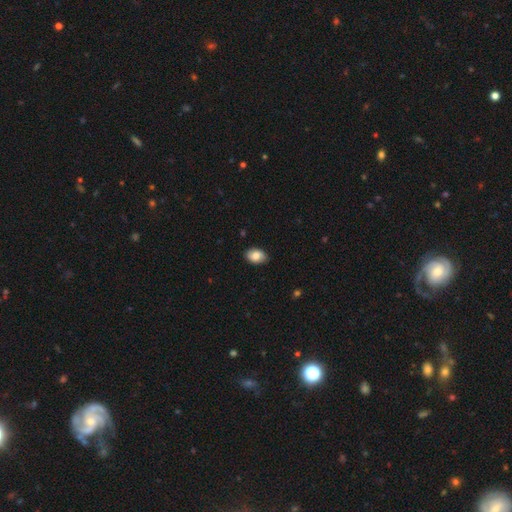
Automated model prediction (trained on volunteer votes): A smooth galaxy with no disk features (80%) that is in between round and cigar-shaped (86%).

Vote fractions:
- Smooth or featured? smooth: 80% / featured or disk: 13% / star or artifact: 7%
- How rounded? in between: 86% / round: 13% / cigar-shaped: 1%
- Merging? none: 86% / minor disturbance: 11% / major disturbance: 2% / merger: 1%